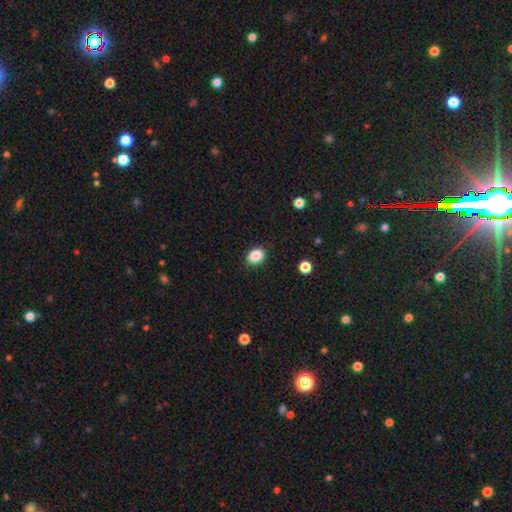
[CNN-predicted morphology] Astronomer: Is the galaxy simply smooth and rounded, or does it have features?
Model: smooth — 87%.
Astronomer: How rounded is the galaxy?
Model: in between — 53% (runner-up: round, 46%).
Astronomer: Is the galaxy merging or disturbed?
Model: none — 90%.